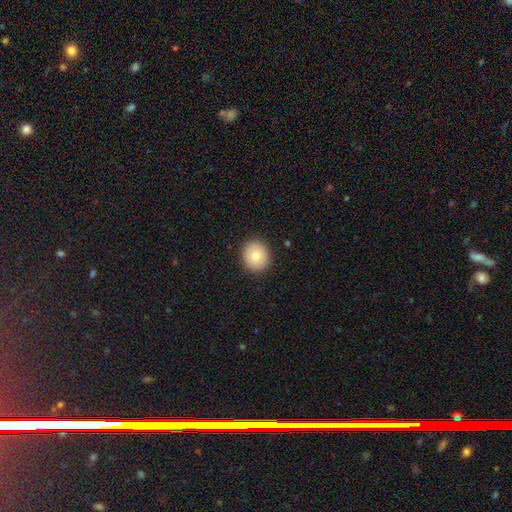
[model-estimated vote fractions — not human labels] A smooth galaxy with no disk features (78%) that is round (77%).

Vote fractions:
- Smooth or featured? smooth: 78% / featured or disk: 13% / star or artifact: 8%
- How rounded? round: 77% / in between: 22% / cigar-shaped: 1%
- Merging? none: 90% / minor disturbance: 7% / major disturbance: 2% / merger: 1%